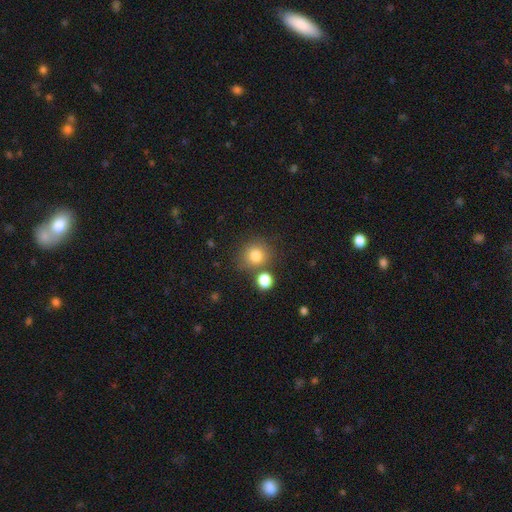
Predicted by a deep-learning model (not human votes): smooth-or-featured: smooth: 81% | star or artifact: 12% | featured or disk: 7%
  how-rounded: round: 87% | in between: 12% | cigar-shaped: 1%
  merging: none: 72% | merger: 15% | minor disturbance: 10% | major disturbance: 4%